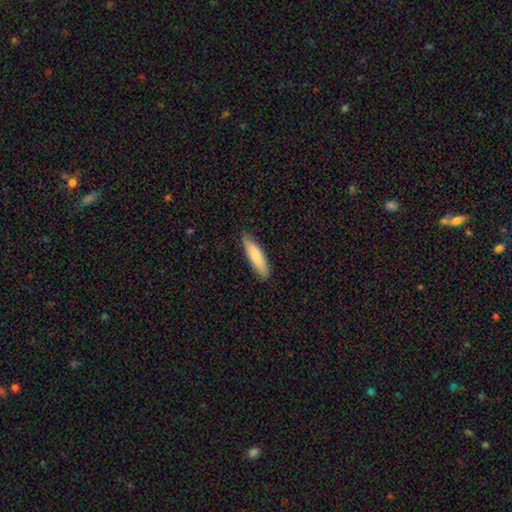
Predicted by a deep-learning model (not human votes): Smooth or featured? smooth (79%)
How rounded? cigar-shaped (66%)
Merging? none (83%)